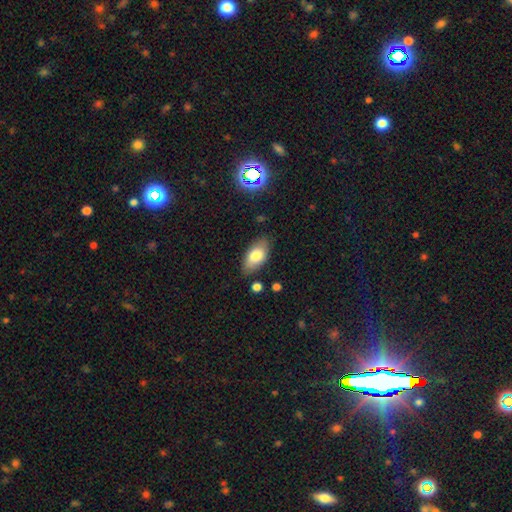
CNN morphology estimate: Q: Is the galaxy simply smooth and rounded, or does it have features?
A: smooth — 76%.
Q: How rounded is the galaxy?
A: in between — 91%.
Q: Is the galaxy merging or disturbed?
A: none — 80%.